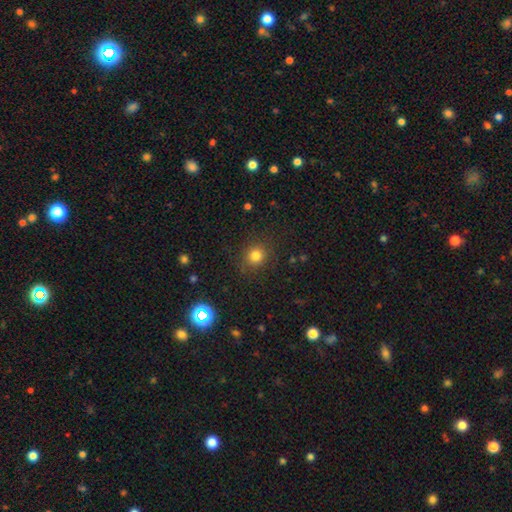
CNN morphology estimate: The model was most divided on "smooth or featured": smooth: 80%, star or artifact: 14%, featured or disk: 6%. More confident: how rounded — round (86%); merging — none (86%).